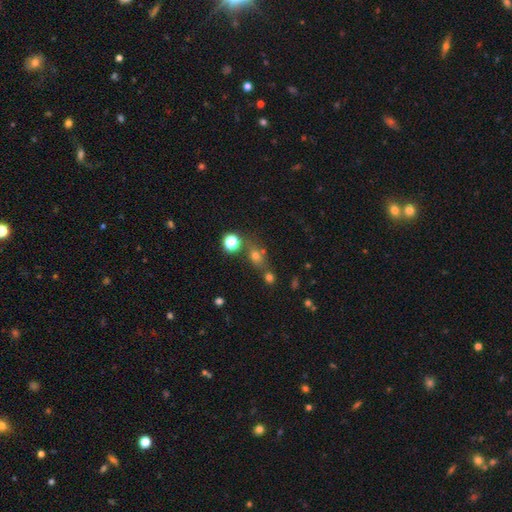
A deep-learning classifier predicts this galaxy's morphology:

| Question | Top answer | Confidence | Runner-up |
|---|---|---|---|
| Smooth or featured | smooth | 59% | star or artifact (29%) |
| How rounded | round | 66% | in between (30%) |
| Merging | none | 60% | merger (22%) |